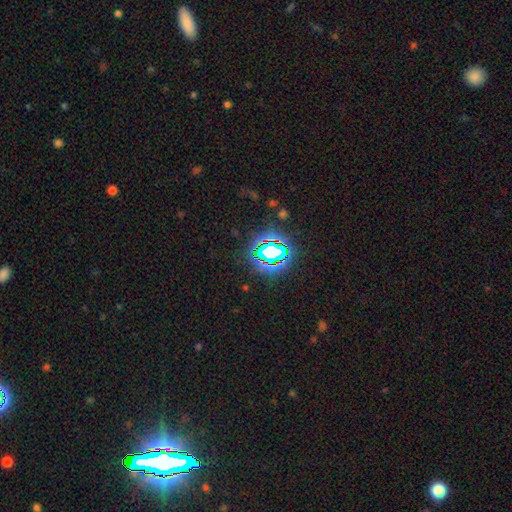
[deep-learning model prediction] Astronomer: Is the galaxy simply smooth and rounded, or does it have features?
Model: star or artifact — 83%.